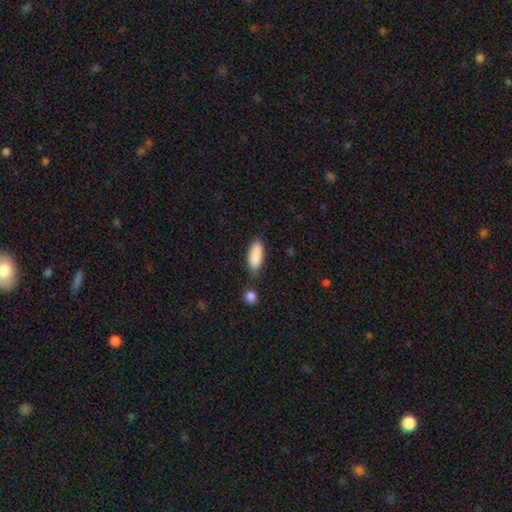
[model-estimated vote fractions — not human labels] Q: Smooth or featured?
A: smooth (89%); runner-up: star or artifact (6%)
Q: How rounded?
A: in between (81%); runner-up: cigar-shaped (17%)
Q: Merging?
A: none (72%); runner-up: minor disturbance (17%)